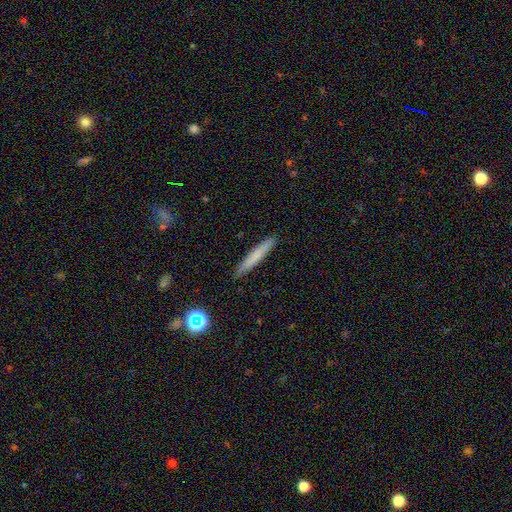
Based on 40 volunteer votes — smooth-or-featured: smooth: 72% | featured or disk: 20% | star or artifact: 8%
  how-rounded: cigar-shaped: 86% | round: 10% | in between: 3%
  merging: none: 92% | minor disturbance: 8% | major disturbance: 0% | merger: 0%